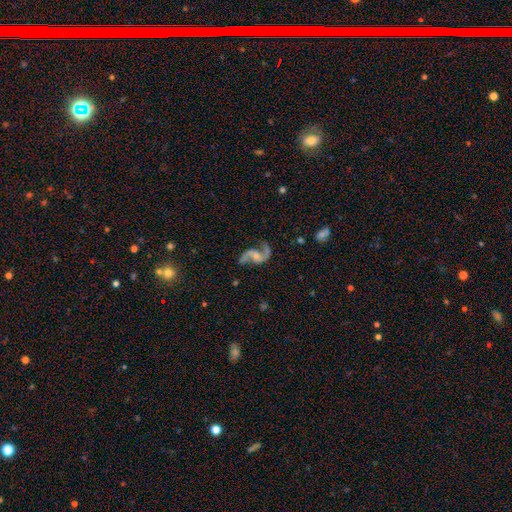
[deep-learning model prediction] Overall: featured or disk (90%). Edge-on disk: no (98%). Bar: no (50%; weak 39%). Spiral arms: yes (97%). Spiral arm count: 2 (93%). Spiral winding: loose (70%). Bulge size: small (42%; moderate 30%). Merging: none (70%).